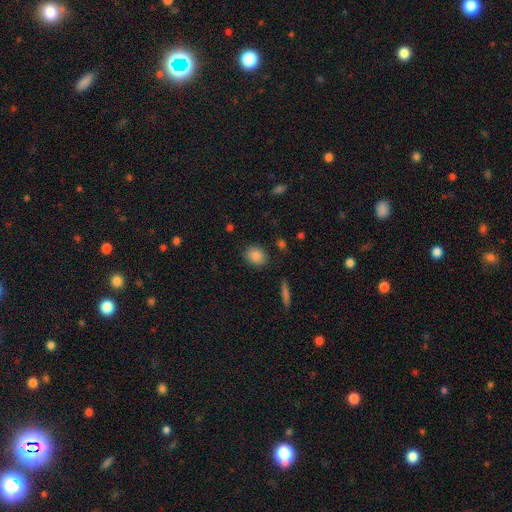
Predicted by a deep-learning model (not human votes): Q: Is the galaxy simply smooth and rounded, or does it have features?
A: smooth — 86%.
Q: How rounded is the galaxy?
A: in between — 53%.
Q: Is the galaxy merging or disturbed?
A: none — 85%.